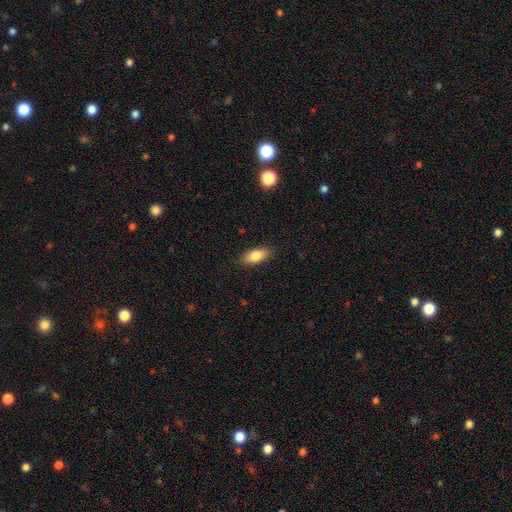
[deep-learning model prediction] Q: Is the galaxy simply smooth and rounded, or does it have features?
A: smooth — 81%.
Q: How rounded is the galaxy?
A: in between — 85%.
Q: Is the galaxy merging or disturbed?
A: none — 88%.